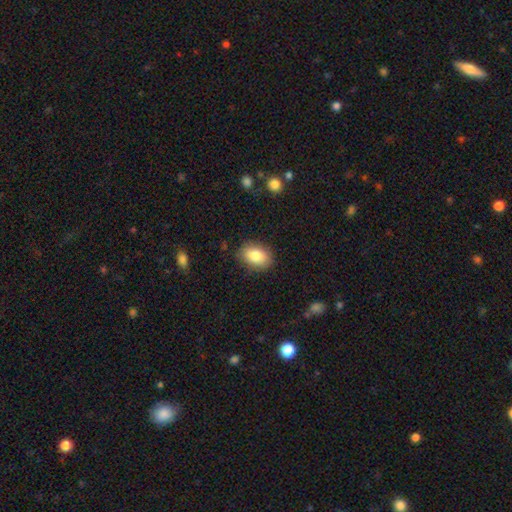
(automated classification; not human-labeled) Smooth or featured? smooth (84%)
How rounded? in between (81%)
Merging? none (85%)